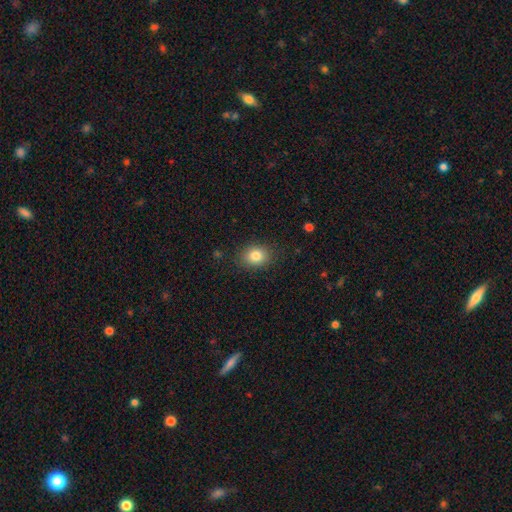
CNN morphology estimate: Overall: smooth (83%). How rounded: in between (50%; round 49%). Merging: none (85%).